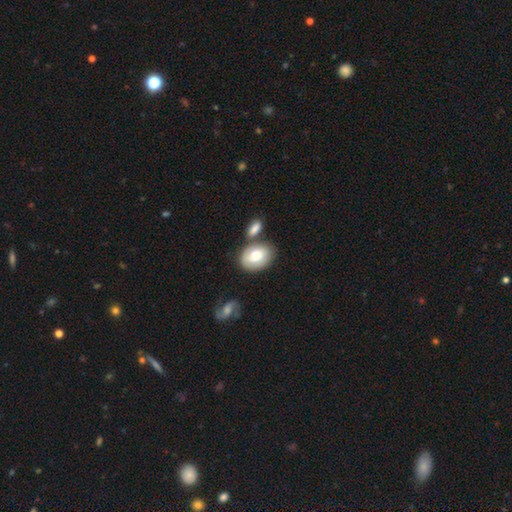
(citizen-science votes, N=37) Morphology: type=smooth (86%); roundness=in between (75%); merging=none (57%).